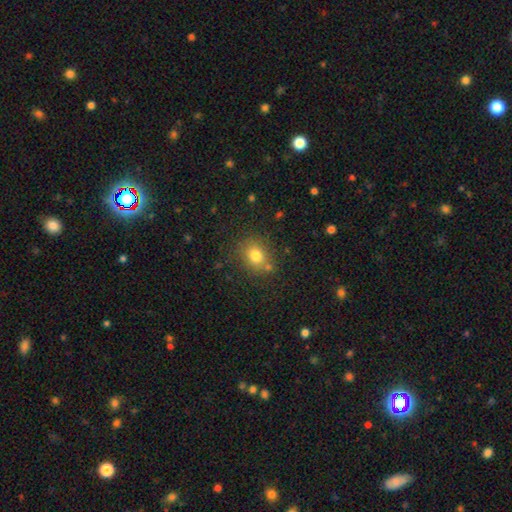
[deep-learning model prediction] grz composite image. It shows a smooth galaxy with no disk features (77%) that is round (65%). Merging: none (77%).